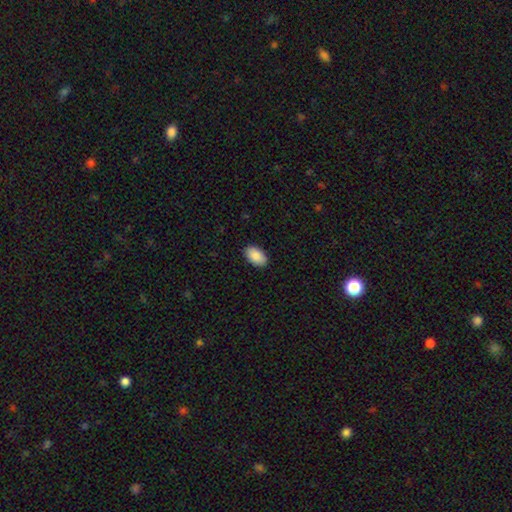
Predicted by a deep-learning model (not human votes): Morphology: type=smooth (90%); roundness=in between (95%); merging=none (90%).